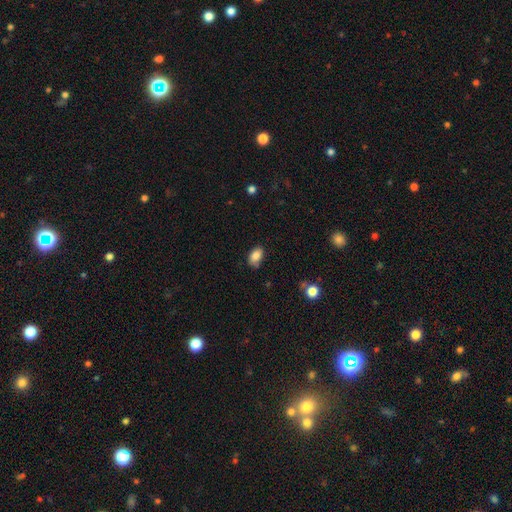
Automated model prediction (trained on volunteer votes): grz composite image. It shows a smooth galaxy with no disk features (86%) that is in between round and cigar-shaped (90%). Merging: none (72%).